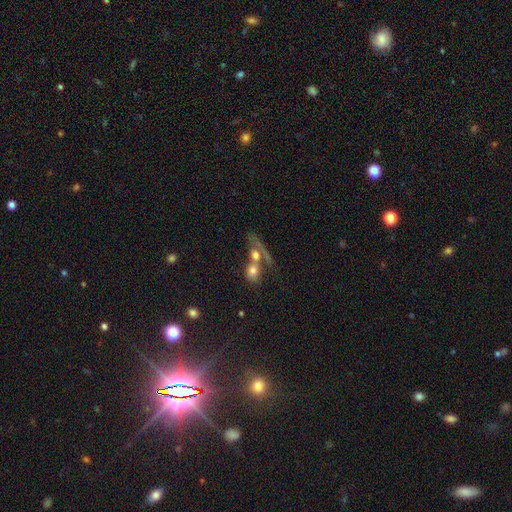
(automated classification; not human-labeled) Smooth or featured? smooth (59%)
How rounded? in between (50%)
Merging? merger (65%)